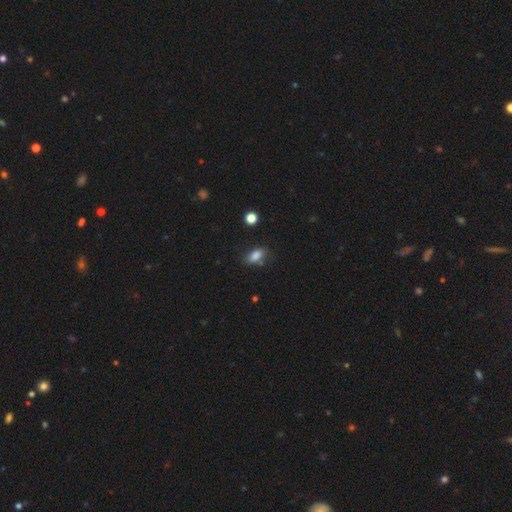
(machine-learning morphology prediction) Q: Smooth or featured?
A: smooth (83%); runner-up: star or artifact (10%)
Q: How rounded?
A: in between (85%); runner-up: round (9%)
Q: Merging?
A: none (68%); runner-up: minor disturbance (21%)